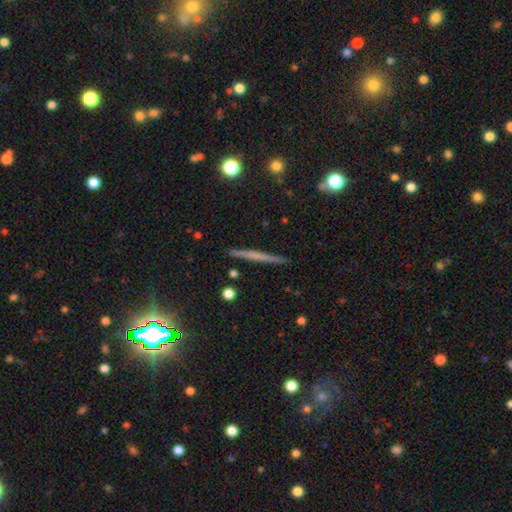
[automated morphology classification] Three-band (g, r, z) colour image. It shows a featured or disk galaxy (51%) viewed edge-on (97%). Merging: none (91%).